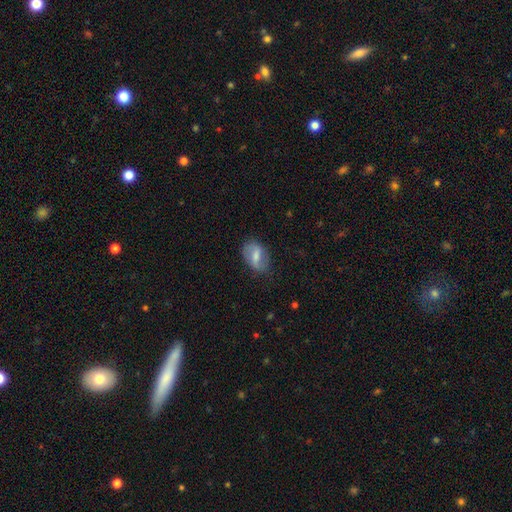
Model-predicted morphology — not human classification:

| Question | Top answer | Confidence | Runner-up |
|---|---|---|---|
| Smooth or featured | smooth | 47% | featured or disk (46%) |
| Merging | none | 71% | minor disturbance (20%) |